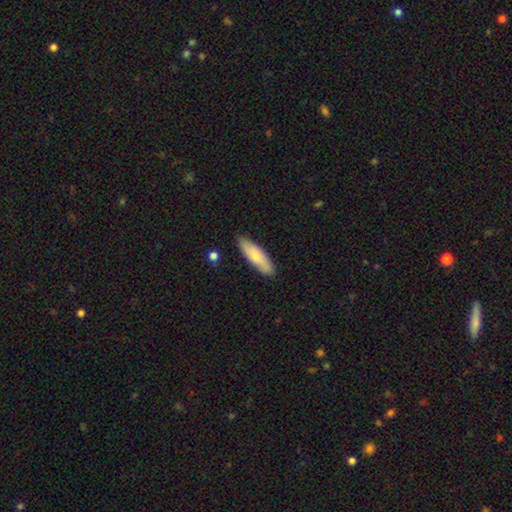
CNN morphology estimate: Smooth or featured?
  - smooth: 78% *
  - featured or disk: 17%
  - star or artifact: 5%
How rounded?
  - cigar-shaped: 55% *
  - in between: 44%
  - round: 2%
Merging?
  - none: 86% *
  - minor disturbance: 10%
  - major disturbance: 2%
  - merger: 1%